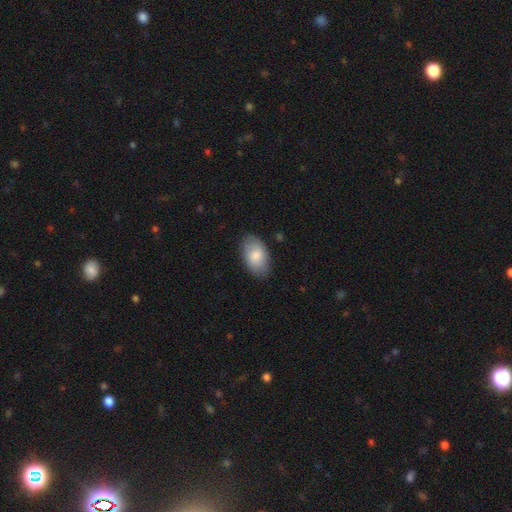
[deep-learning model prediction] Smooth or featured? Predicted: smooth (p=0.83). How rounded? Predicted: in between (p=0.94). Merging? Predicted: none (p=0.82).